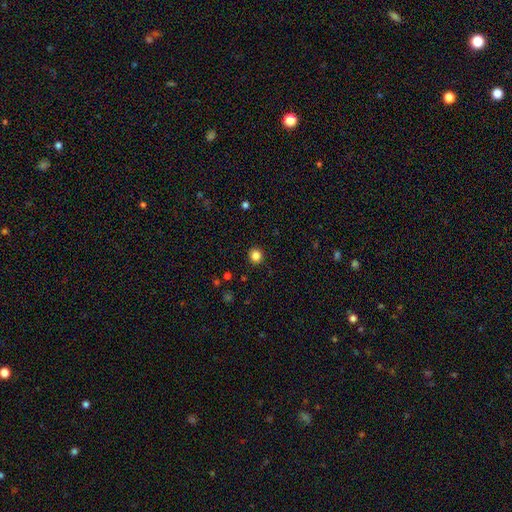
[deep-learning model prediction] smooth_or_featured: smooth (p=0.84) [alt: star or artifact p=0.12]
how_rounded: round (p=0.91) [alt: in between p=0.08]
merging: none (p=0.92) [alt: minor disturbance p=0.05]